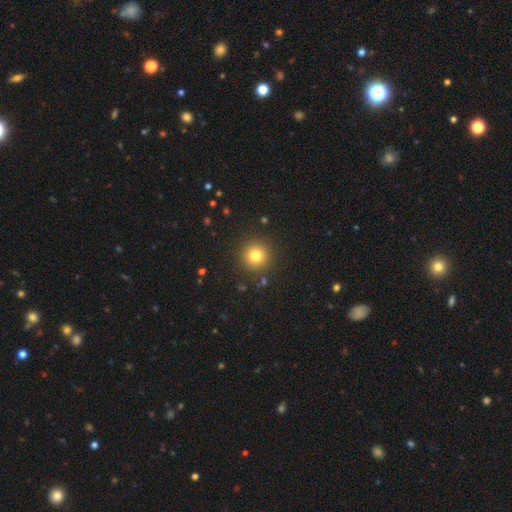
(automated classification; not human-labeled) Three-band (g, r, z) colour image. It shows a smooth galaxy with no disk features (78%) that is round (95%). Merging: none (90%).